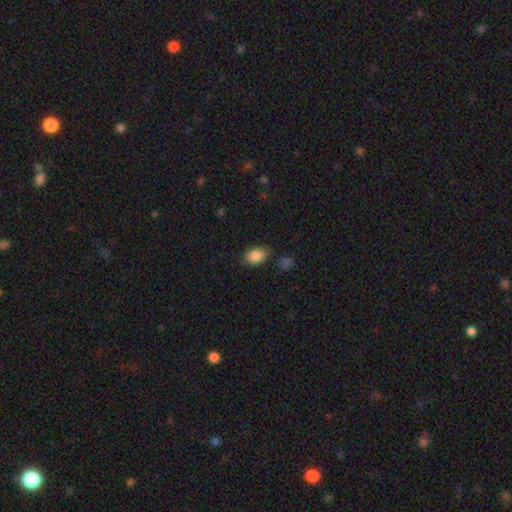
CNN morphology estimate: smooth-or-featured: smooth: 87% | star or artifact: 8% | featured or disk: 5%
  how-rounded: in between: 87% | round: 12% | cigar-shaped: 1%
  merging: none: 79% | minor disturbance: 14% | major disturbance: 4% | merger: 3%